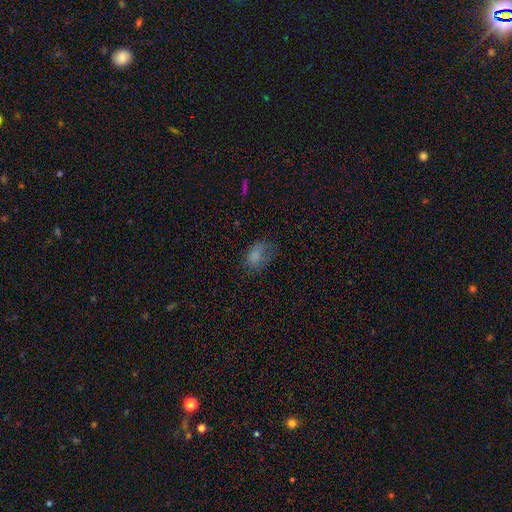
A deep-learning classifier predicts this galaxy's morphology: type=smooth (74%); roundness=in between (79%); merging=none (46%).